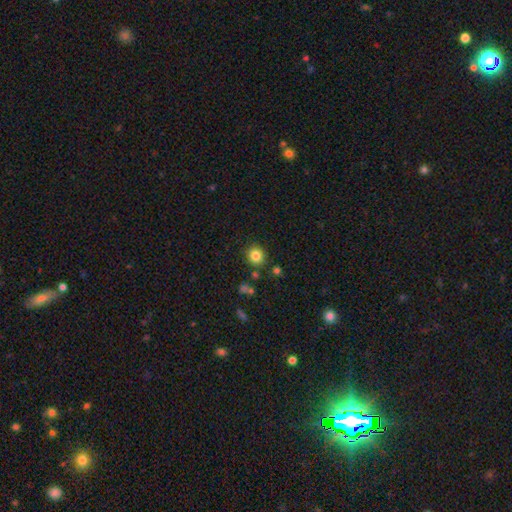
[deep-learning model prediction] smooth 82%, star or artifact 12%, featured or disk 6%. Down the decision tree: how rounded — round (88%); merging — none (86%).